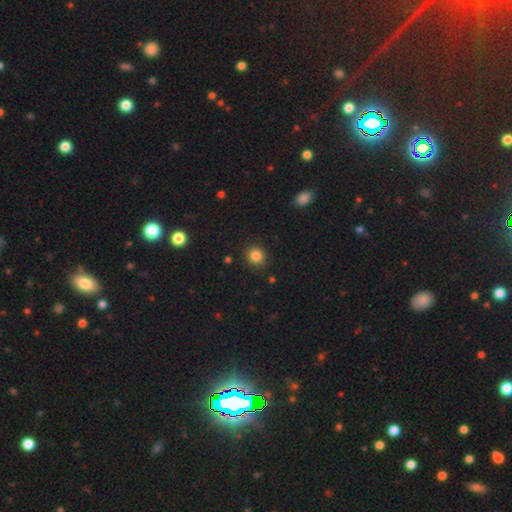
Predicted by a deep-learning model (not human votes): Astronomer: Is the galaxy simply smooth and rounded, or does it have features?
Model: smooth — 84%.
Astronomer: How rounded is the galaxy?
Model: round — 87%.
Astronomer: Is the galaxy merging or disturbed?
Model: none — 89%.